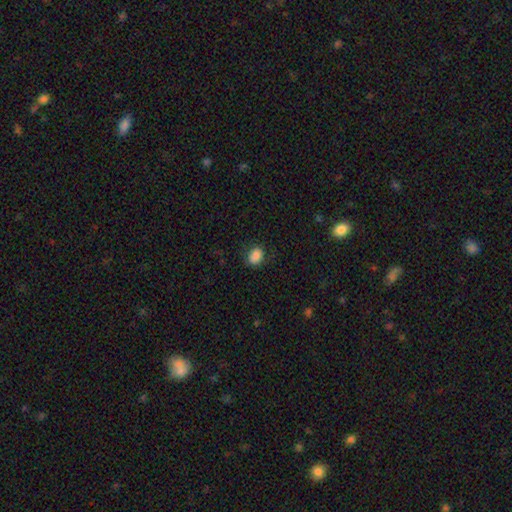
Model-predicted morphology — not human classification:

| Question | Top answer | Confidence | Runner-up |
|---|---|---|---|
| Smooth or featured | smooth | 86% | star or artifact (9%) |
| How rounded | in between | 67% | round (31%) |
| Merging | none | 81% | minor disturbance (14%) |